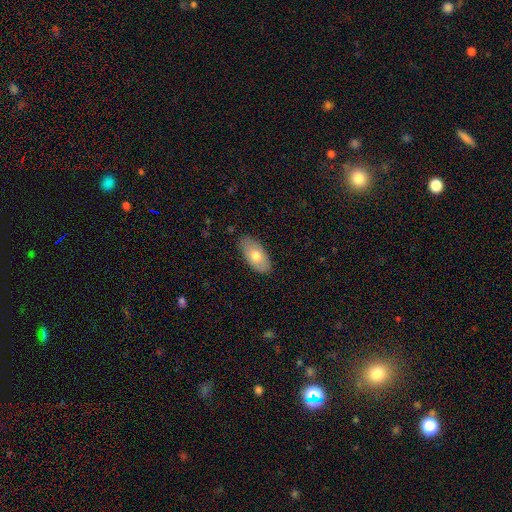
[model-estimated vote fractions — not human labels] Smooth or featured? smooth (69%)
How rounded? in between (93%)
Merging? none (84%)